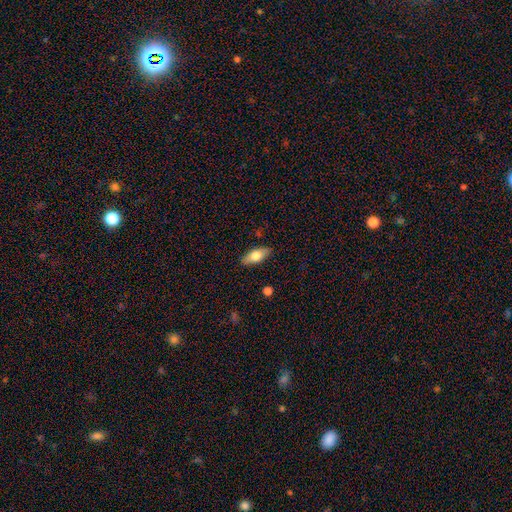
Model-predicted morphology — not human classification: Smooth or featured?
  - smooth: 70% *
  - featured or disk: 24%
  - star or artifact: 6%
How rounded?
  - in between: 81% *
  - cigar-shaped: 16%
  - round: 3%
Merging?
  - none: 87% *
  - minor disturbance: 10%
  - major disturbance: 2%
  - merger: 1%